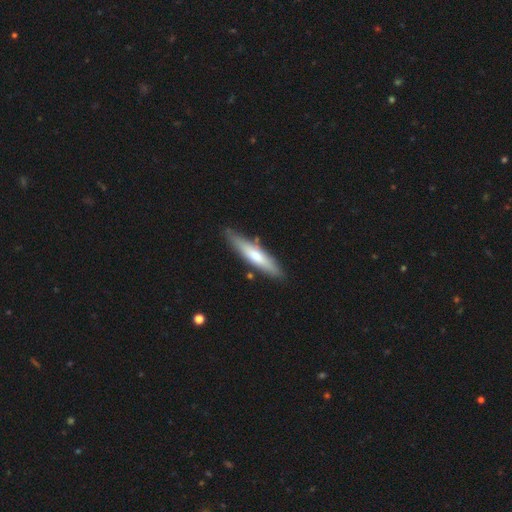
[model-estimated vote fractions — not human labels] This appears to be a smooth galaxy with no disk features (58%) that is cigar-shaped (83%). Merging: none (83%).